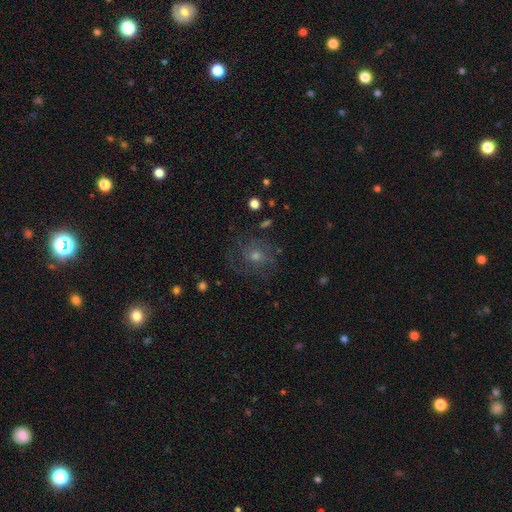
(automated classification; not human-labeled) The model was most divided on "bulge size": moderate: 55%, small: 36%, large: 5%, none: 3%, dominant: 1%. More confident: edge-on disk — no (97%); spiral arms — yes (84%); merging — none (70%); bar — no (69%); smooth or featured — featured or disk (60%).